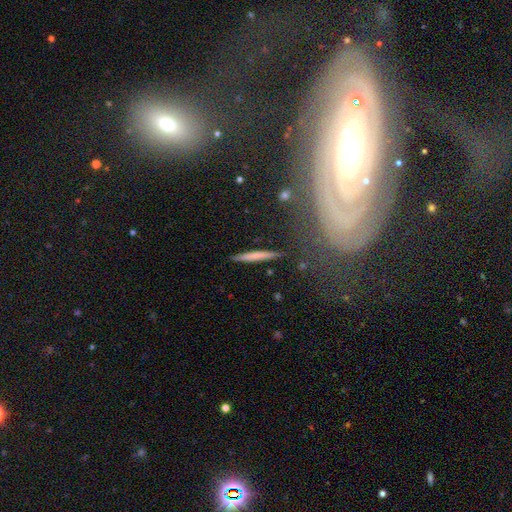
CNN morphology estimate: A smooth galaxy with no disk features (64%) that is cigar-shaped (95%).

Vote fractions:
- Smooth or featured? smooth: 64% / featured or disk: 30% / star or artifact: 6%
- How rounded? cigar-shaped: 95% / in between: 4% / round: 2%
- Merging? none: 87% / minor disturbance: 9% / merger: 2% / major disturbance: 2%